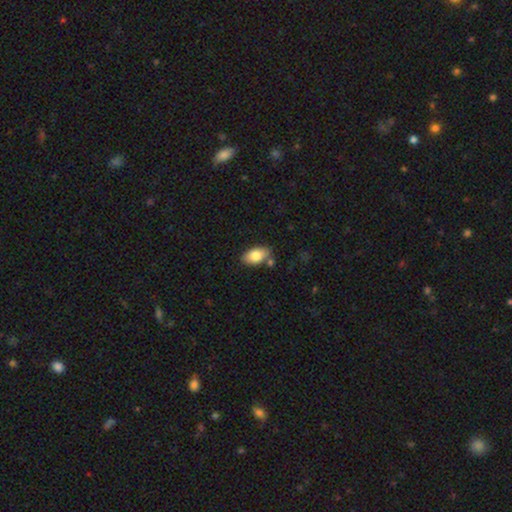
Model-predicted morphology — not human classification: Q: Smooth or featured?
A: smooth (82%); runner-up: featured or disk (11%)
Q: How rounded?
A: in between (93%); runner-up: round (4%)
Q: Merging?
A: none (77%); runner-up: minor disturbance (13%)